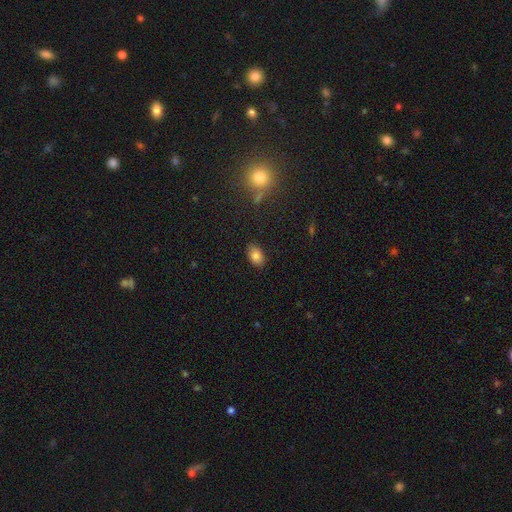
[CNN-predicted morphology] A smooth galaxy with no disk features (82%) that is in between round and cigar-shaped (88%).

Vote fractions:
- Smooth or featured? smooth: 82% / star or artifact: 11% / featured or disk: 7%
- How rounded? in between: 88% / round: 11% / cigar-shaped: 1%
- Merging? none: 86% / minor disturbance: 11% / major disturbance: 3% / merger: 1%